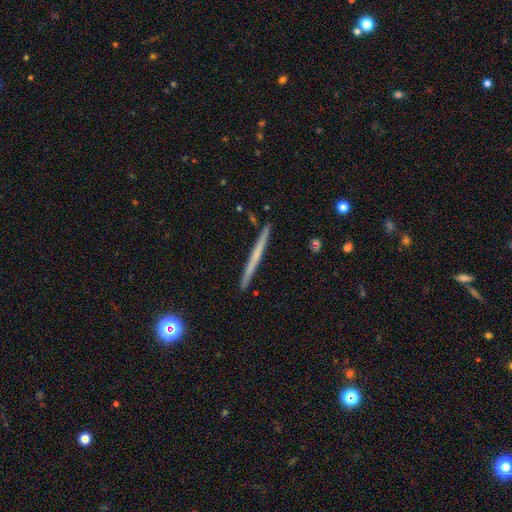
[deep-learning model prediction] Q: Smooth or featured?
A: featured or disk (53%); runner-up: smooth (40%)
Q: Edge-on disk?
A: yes (98%); runner-up: no (2%)
Q: Edge-on bulge?
A: none (86%); runner-up: rounded (11%)
Q: Merging?
A: none (92%); runner-up: minor disturbance (5%)